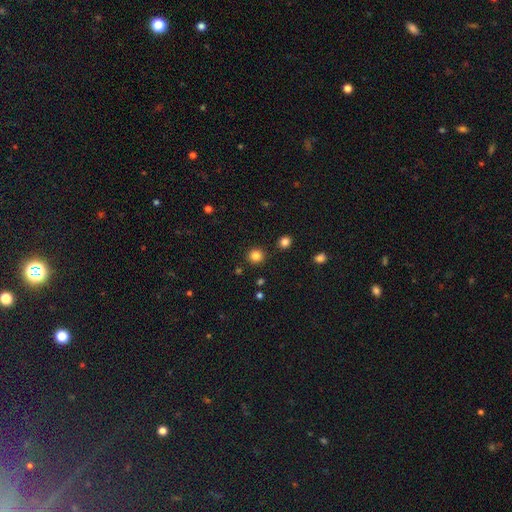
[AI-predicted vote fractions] smooth_or_featured: smooth (p=0.83) [alt: star or artifact p=0.13]
how_rounded: round (p=0.93) [alt: in between p=0.06]
merging: none (p=0.89) [alt: minor disturbance p=0.06]